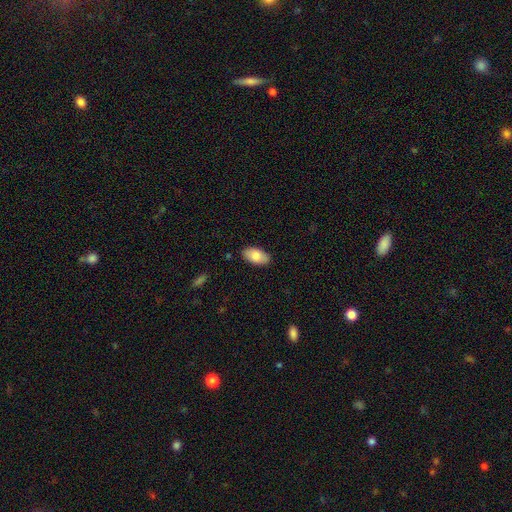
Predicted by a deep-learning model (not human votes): smooth 82%, featured or disk 11%, star or artifact 6%. Down the decision tree: how rounded — in between (95%); merging — none (87%).